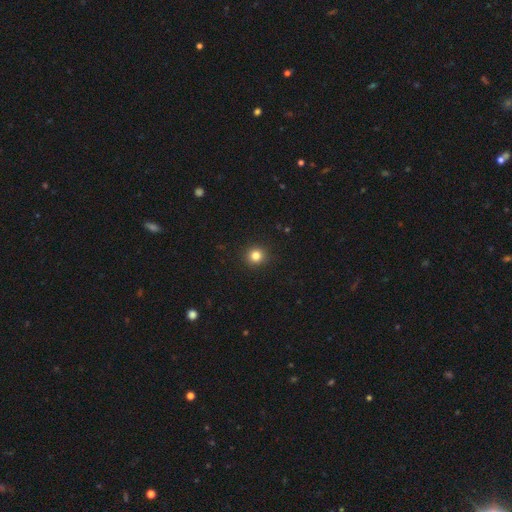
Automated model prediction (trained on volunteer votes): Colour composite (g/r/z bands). It shows a smooth galaxy with no disk features (82%) that is round (93%). Merging: none (93%).